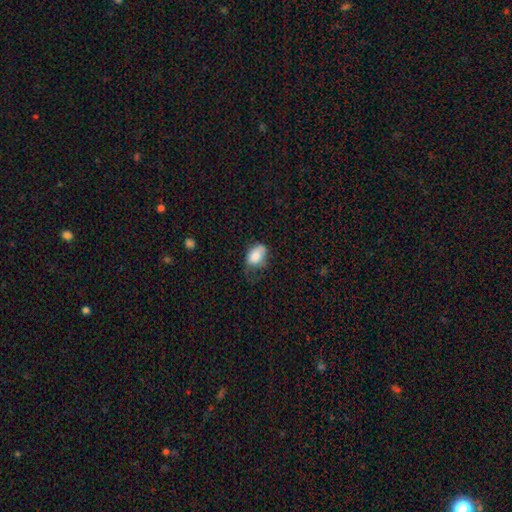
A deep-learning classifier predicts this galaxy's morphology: Smooth or featured? smooth (79%)
How rounded? in between (85%)
Merging? minor disturbance (39%)